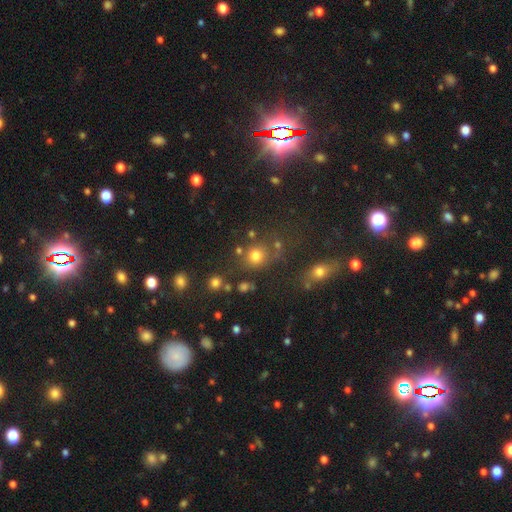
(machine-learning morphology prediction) smooth_or_featured: smooth (p=0.74) [alt: star or artifact p=0.18]
how_rounded: round (p=0.81) [alt: in between p=0.17]
merging: none (p=0.68) [alt: merger p=0.13]